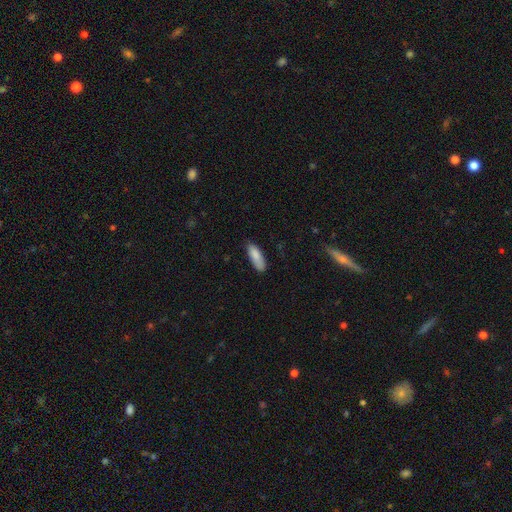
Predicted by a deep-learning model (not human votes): Smooth or featured?
  - smooth: 87% *
  - featured or disk: 7%
  - star or artifact: 6%
How rounded?
  - in between: 63% *
  - cigar-shaped: 35%
  - round: 2%
Merging?
  - none: 76% *
  - minor disturbance: 20%
  - major disturbance: 3%
  - merger: 1%